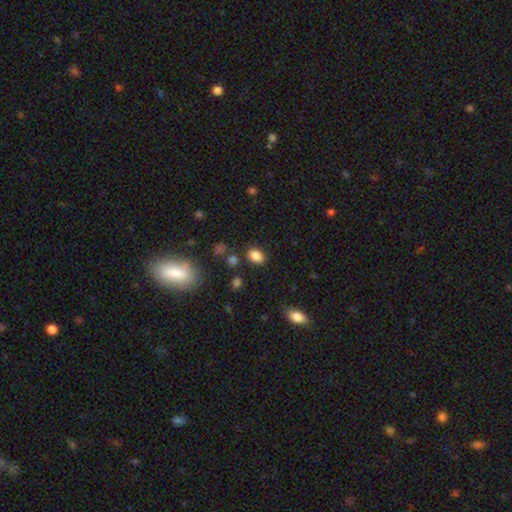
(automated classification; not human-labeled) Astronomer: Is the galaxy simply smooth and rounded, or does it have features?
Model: smooth — 84%.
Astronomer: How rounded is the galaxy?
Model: in between — 78%.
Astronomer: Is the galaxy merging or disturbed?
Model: none — 82%.